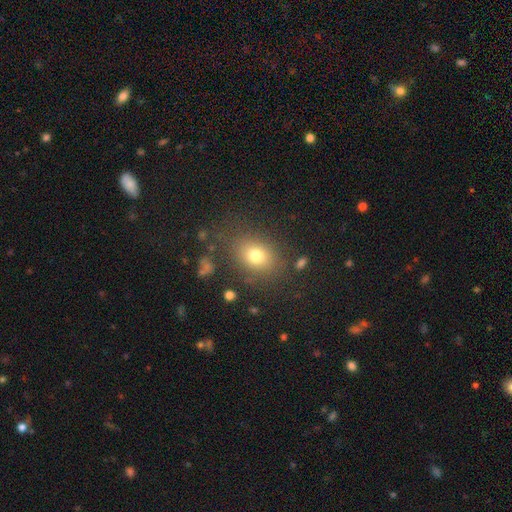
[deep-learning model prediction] smooth-or-featured: smooth: 76% | star or artifact: 13% | featured or disk: 10%
  how-rounded: in between: 53% | round: 46% | cigar-shaped: 1%
  merging: none: 76% | minor disturbance: 13% | major disturbance: 7% | merger: 3%